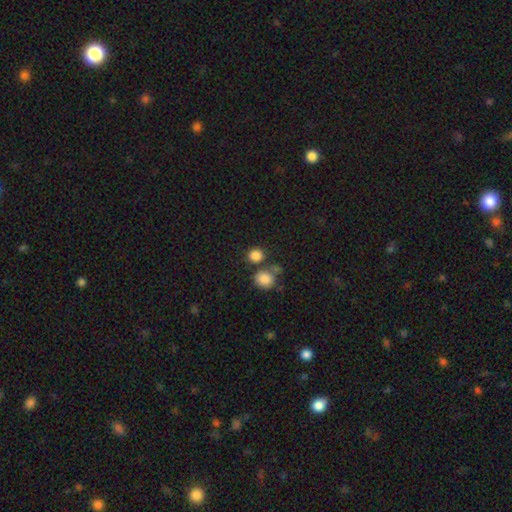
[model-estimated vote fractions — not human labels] Q: Smooth or featured?
A: smooth (85%); runner-up: star or artifact (11%)
Q: How rounded?
A: round (81%); runner-up: in between (18%)
Q: Merging?
A: none (67%); runner-up: merger (20%)